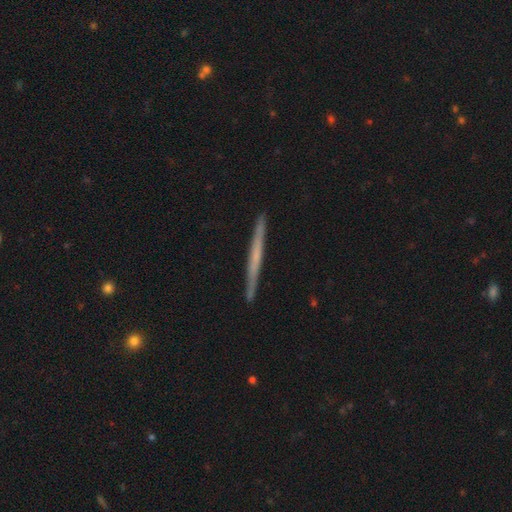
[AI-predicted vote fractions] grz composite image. It shows a featured or disk galaxy (56%) viewed edge-on (98%) with no central bulge (85%). Merging: none (91%).